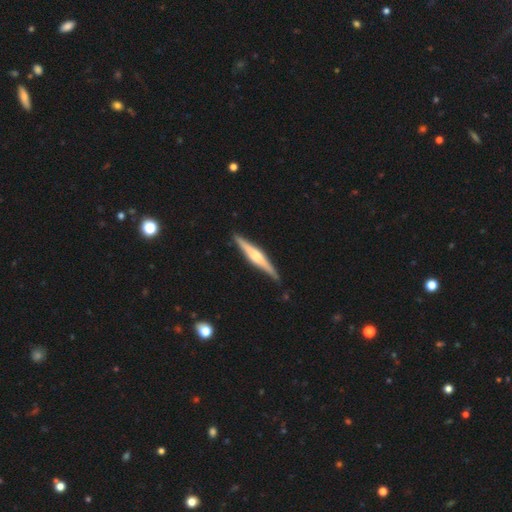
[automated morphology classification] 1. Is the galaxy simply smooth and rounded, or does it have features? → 73% featured or disk, 22% smooth, 5% star or artifact.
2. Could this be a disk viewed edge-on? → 98% yes, 2% no.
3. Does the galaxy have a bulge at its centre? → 77% rounded, 16% boxy, 6% none.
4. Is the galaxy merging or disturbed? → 89% none, 8% minor disturbance, 1% major disturbance, 1% merger.